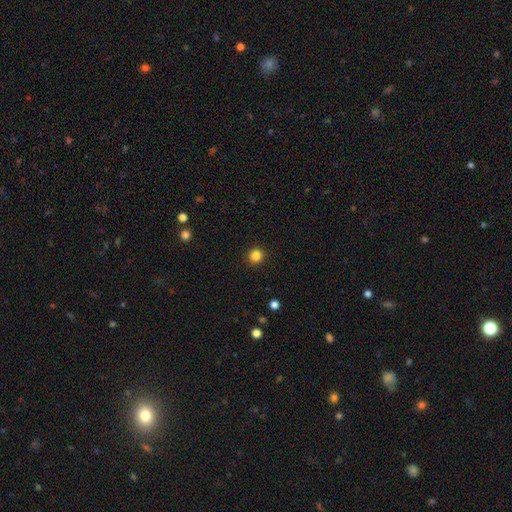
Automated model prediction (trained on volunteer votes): The model was most divided on "smooth or featured": smooth: 85%, star or artifact: 12%, featured or disk: 4%. More confident: merging — none (93%); how rounded — round (93%).